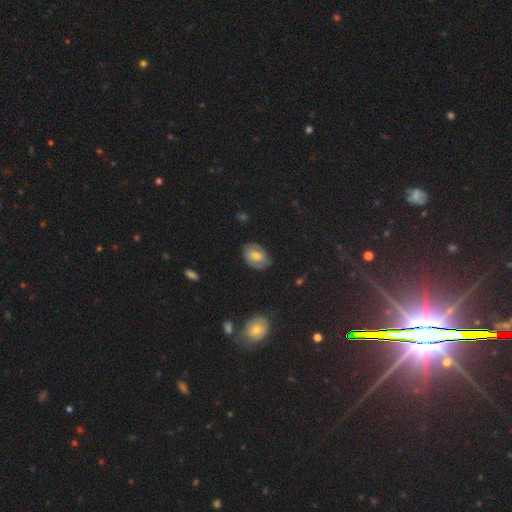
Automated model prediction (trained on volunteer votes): This appears to be a smooth galaxy with no disk features (52%) that is in between round and cigar-shaped (78%). Merging: none (75%).